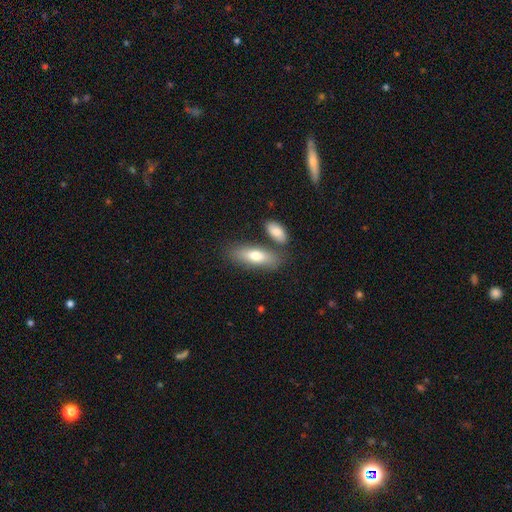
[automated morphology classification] smooth_or_featured: smooth (p=0.74) [alt: featured or disk p=0.20]
how_rounded: in between (p=0.68) [alt: cigar-shaped p=0.30]
merging: none (p=0.68) [alt: merger p=0.16]